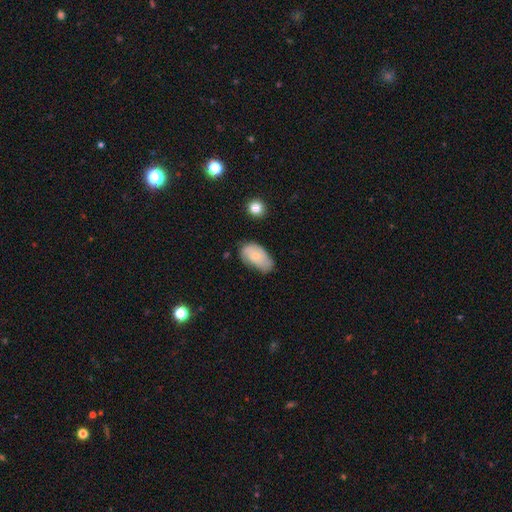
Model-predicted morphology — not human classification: Smooth or featured?
  - smooth: 65% *
  - featured or disk: 28%
  - star or artifact: 7%
How rounded?
  - in between: 92% *
  - round: 6%
  - cigar-shaped: 2%
Merging?
  - none: 48% *
  - minor disturbance: 39%
  - major disturbance: 10%
  - merger: 2%